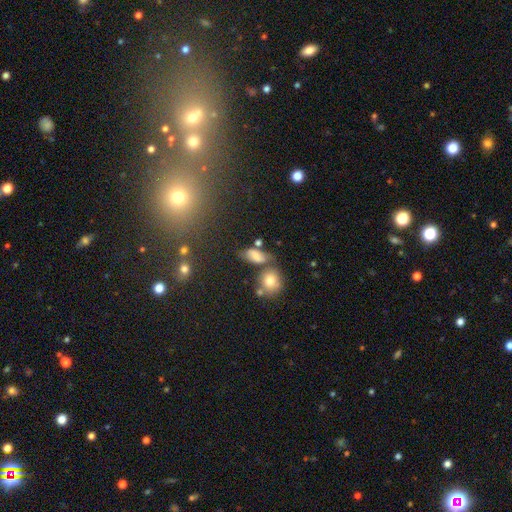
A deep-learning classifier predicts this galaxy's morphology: Smooth or featured? Predicted: smooth (p=0.70). How rounded? Predicted: in between (p=0.81). Merging? Predicted: none (p=0.50).